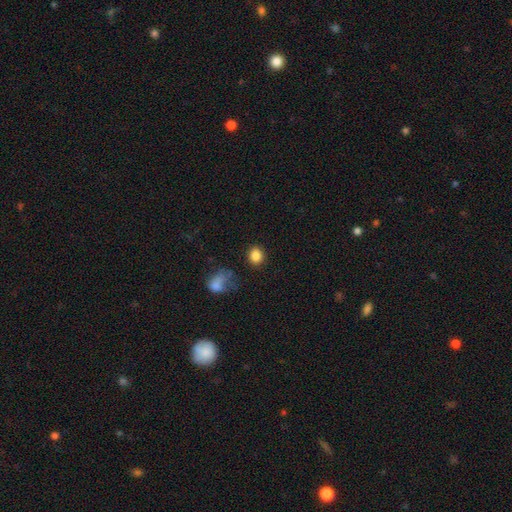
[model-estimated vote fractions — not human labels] A smooth galaxy with no disk features (85%) that is round (70%).

Vote fractions:
- Smooth or featured? smooth: 85% / star or artifact: 10% / featured or disk: 5%
- How rounded? round: 70% / in between: 29% / cigar-shaped: 1%
- Merging? none: 84% / minor disturbance: 9% / major disturbance: 4% / merger: 3%